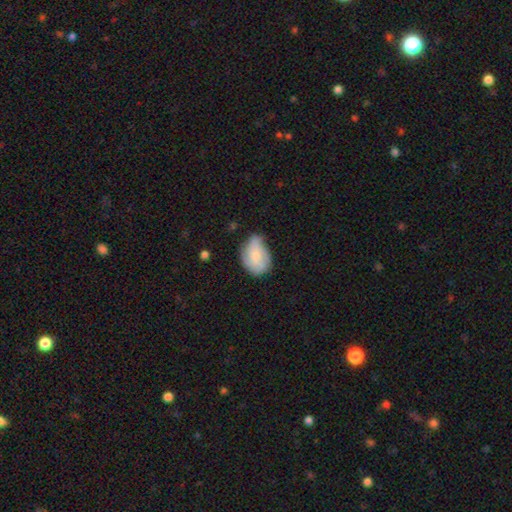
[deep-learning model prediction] A smooth galaxy with no disk features (61%) that is in between round and cigar-shaped (76%).

Vote fractions:
- Smooth or featured? smooth: 61% / featured or disk: 32% / star or artifact: 7%
- How rounded? in between: 76% / round: 23% / cigar-shaped: 1%
- Merging? none: 47% / minor disturbance: 39% / major disturbance: 12% / merger: 3%